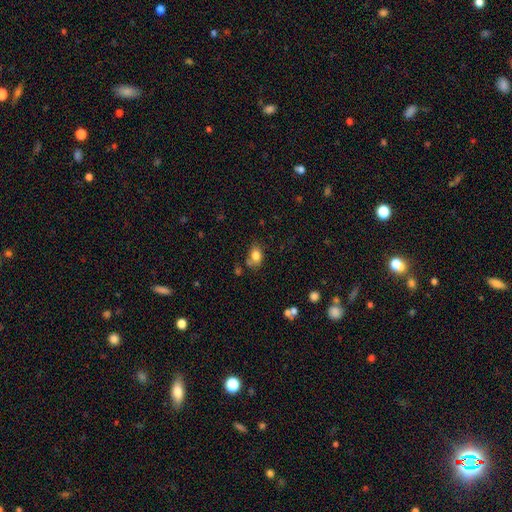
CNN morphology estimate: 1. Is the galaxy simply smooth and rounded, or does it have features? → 81% smooth, 10% star or artifact, 9% featured or disk.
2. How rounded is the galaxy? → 73% in between, 26% round, 1% cigar-shaped.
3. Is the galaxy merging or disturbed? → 60% none, 21% minor disturbance, 13% merger, 6% major disturbance.